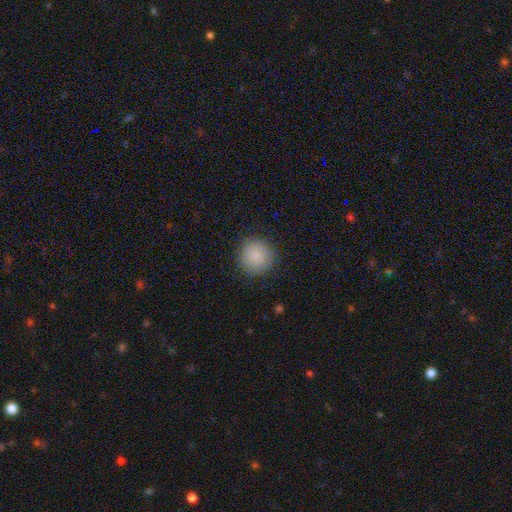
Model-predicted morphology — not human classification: A smooth galaxy with no disk features (86%) that is round (95%).

Vote fractions:
- Smooth or featured? smooth: 86% / star or artifact: 8% / featured or disk: 6%
- How rounded? round: 95% / in between: 4% / cigar-shaped: 1%
- Merging? none: 89% / minor disturbance: 8% / major disturbance: 2% / merger: 1%